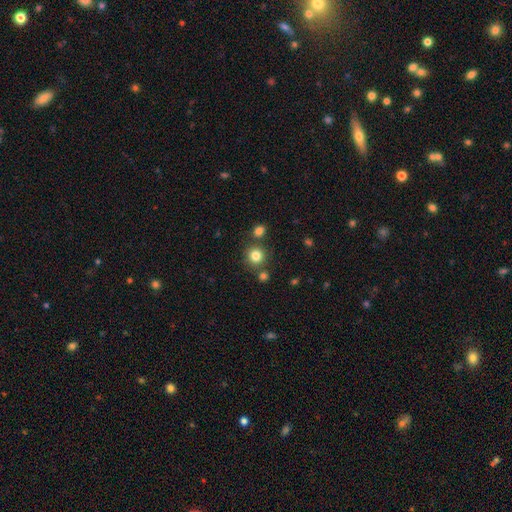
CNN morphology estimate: type=smooth (81%); roundness=round (91%); merging=none (77%).